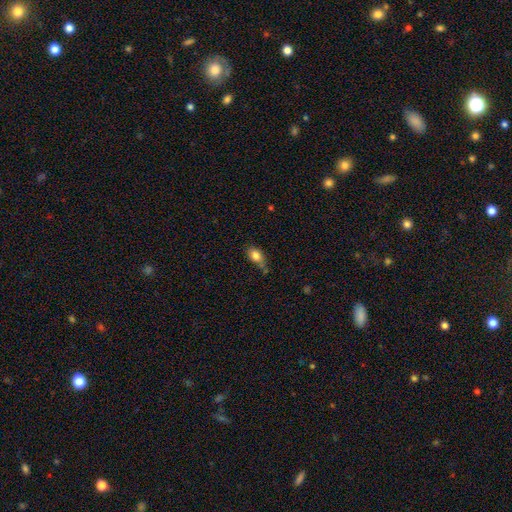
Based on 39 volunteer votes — Smooth or featured? smooth (87%)
How rounded? in between (74%)
Merging? none (50%)